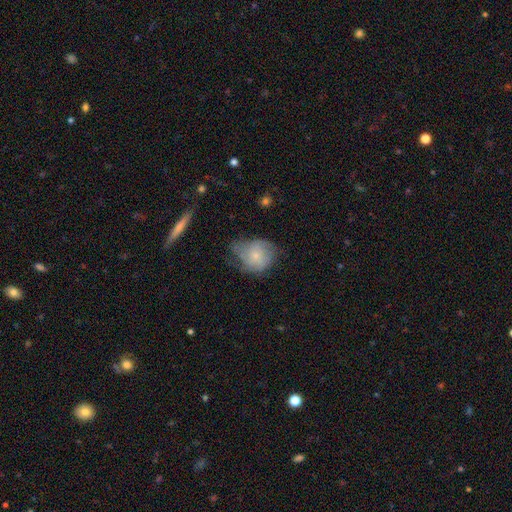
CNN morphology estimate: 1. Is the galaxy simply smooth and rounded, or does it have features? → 54% smooth, 38% featured or disk, 8% star or artifact.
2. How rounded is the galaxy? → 59% round, 40% in between, 1% cigar-shaped.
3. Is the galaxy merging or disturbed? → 37% none (tied), 37% minor disturbance (tied), 24% major disturbance, 2% merger.